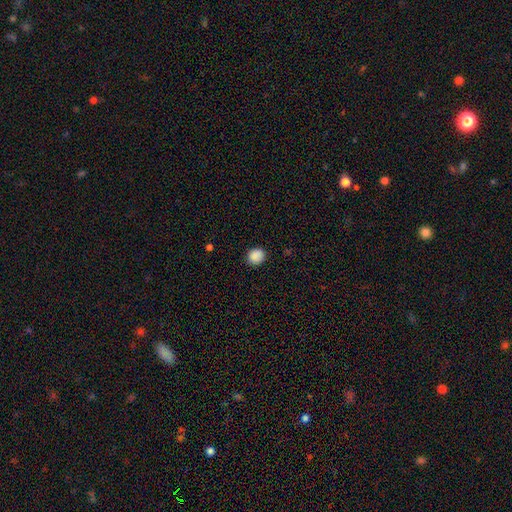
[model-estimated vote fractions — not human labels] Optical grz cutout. It shows a smooth galaxy with no disk features (88%) that is round (77%). Merging: none (87%).